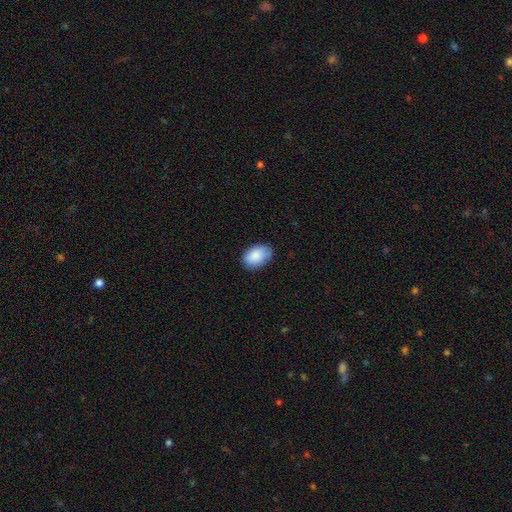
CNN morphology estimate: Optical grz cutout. It shows a smooth galaxy with no disk features (88%) that is in between round and cigar-shaped (88%). Merging: none (76%).